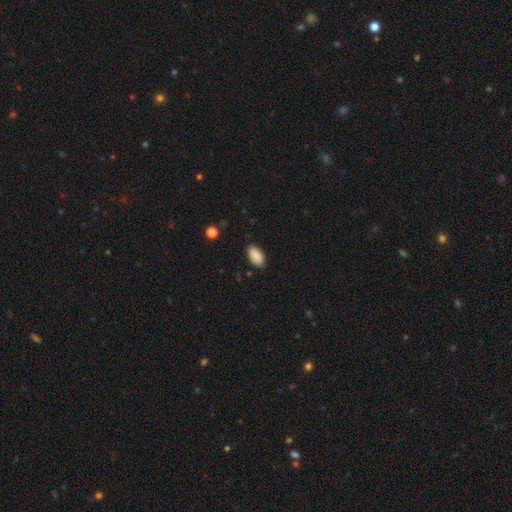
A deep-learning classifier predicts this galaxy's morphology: This appears to be a smooth galaxy with no disk features (90%) that is in between round and cigar-shaped (95%). Merging: none (85%).